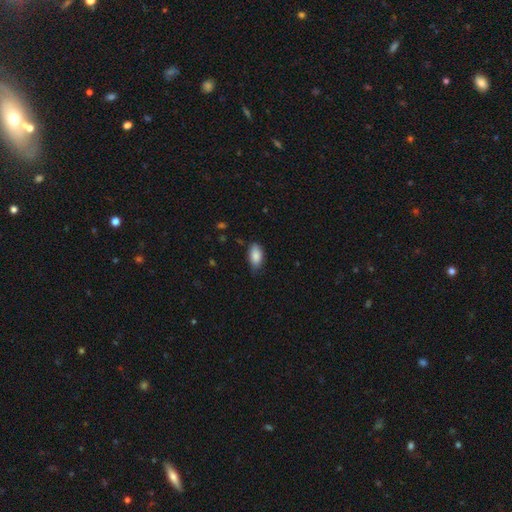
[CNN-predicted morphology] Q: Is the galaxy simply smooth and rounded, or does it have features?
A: smooth — 87%.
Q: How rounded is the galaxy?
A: in between — 92%.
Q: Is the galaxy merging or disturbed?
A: none — 68%.